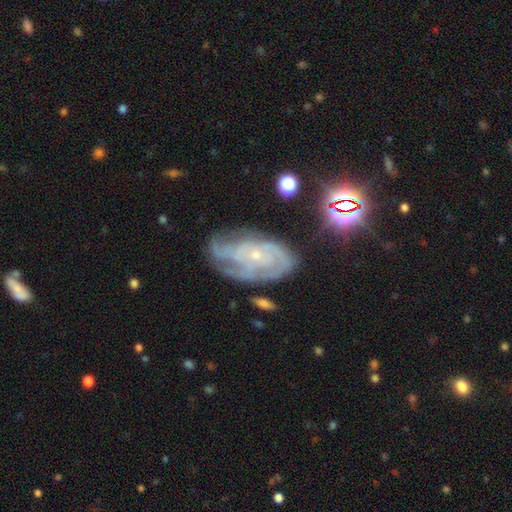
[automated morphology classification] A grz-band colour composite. It shows a featured or disk galaxy (81%) with no bar (75%), tight (59%) spiral arms (93%) and a small central bulge (82%). Merging: none (57%).